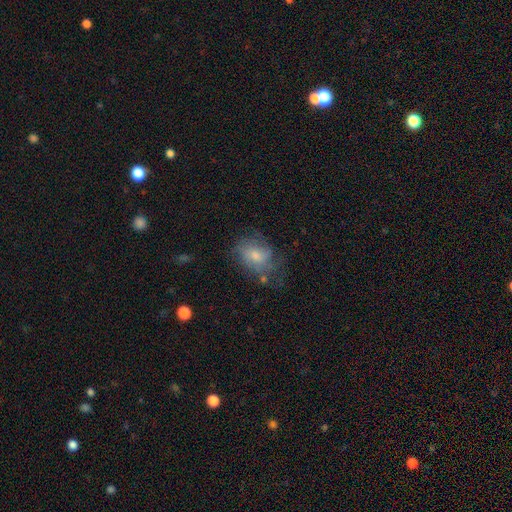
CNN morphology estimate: A featured or disk galaxy (45%, tied with smooth). Merging: none (48%).